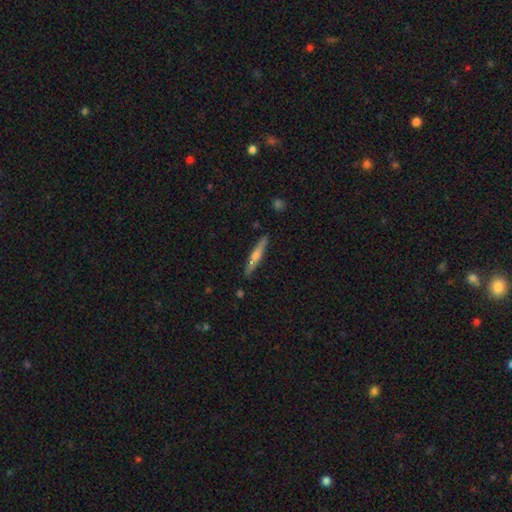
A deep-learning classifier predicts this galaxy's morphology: The model was most divided on "smooth or featured": featured or disk: 60%, smooth: 34%, star or artifact: 6%. More confident: edge-on disk — yes (97%); merging — none (90%); edge-on bulge — rounded (80%).